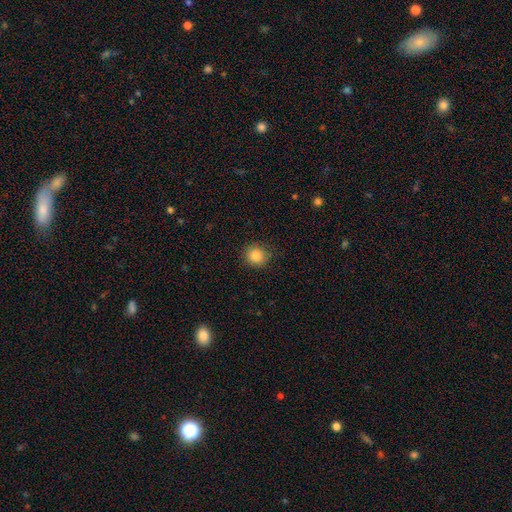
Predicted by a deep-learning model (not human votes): A smooth galaxy with no disk features (85%) that is round (90%).

Vote fractions:
- Smooth or featured? smooth: 85% / star or artifact: 10% / featured or disk: 5%
- How rounded? round: 90% / in between: 9% / cigar-shaped: 1%
- Merging? none: 87% / minor disturbance: 9% / major disturbance: 2% / merger: 1%